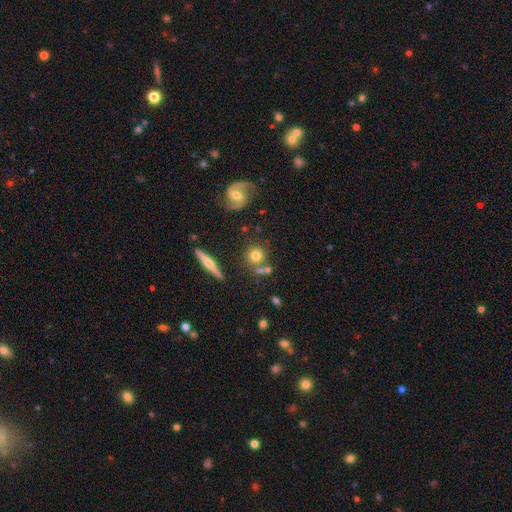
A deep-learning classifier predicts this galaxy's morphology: Overall: smooth (69%). How rounded: round (89%). Merging: none (72%).